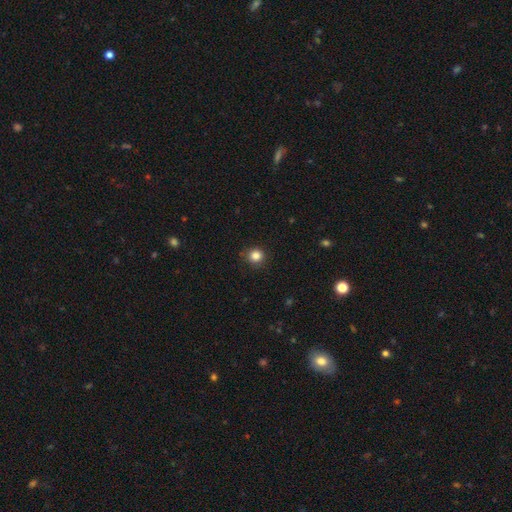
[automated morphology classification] This appears to be a smooth galaxy with no disk features (84%) that is round (91%). Merging: none (88%).